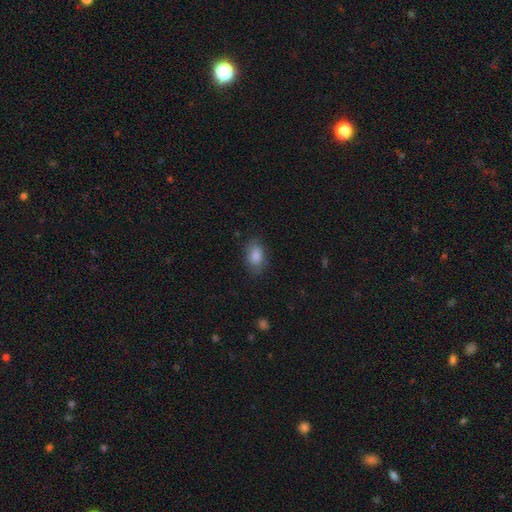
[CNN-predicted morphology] A smooth galaxy with no disk features (84%) that is in between round and cigar-shaped (89%). Merging: none (76%).